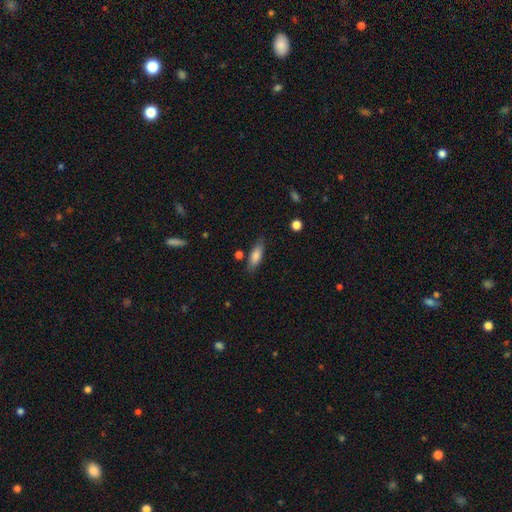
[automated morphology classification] smooth_or_featured: smooth (p=0.79) [alt: featured or disk p=0.14]
how_rounded: in between (p=0.60) [alt: cigar-shaped p=0.37]
merging: none (p=0.79) [alt: minor disturbance p=0.14]